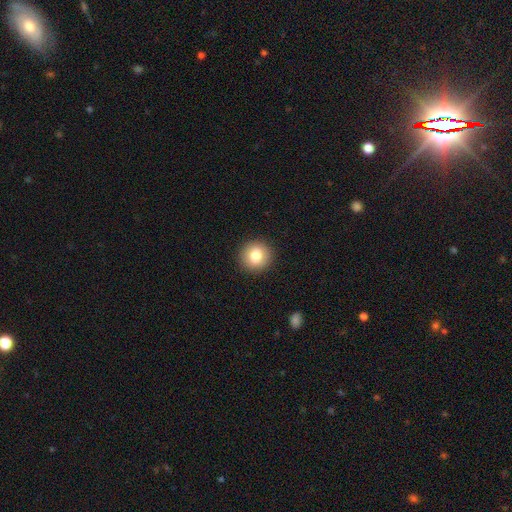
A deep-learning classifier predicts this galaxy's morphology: type=smooth (82%); roundness=round (93%); merging=none (92%).